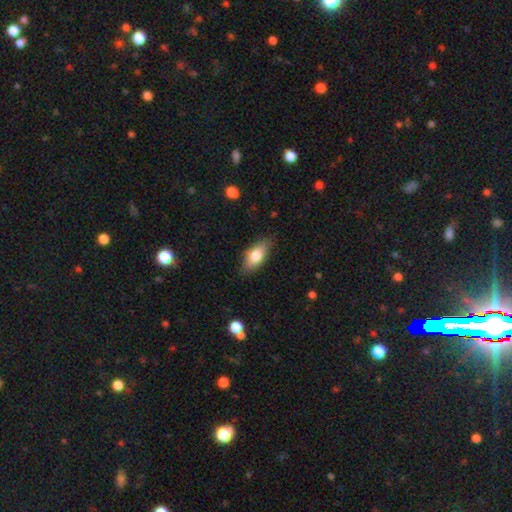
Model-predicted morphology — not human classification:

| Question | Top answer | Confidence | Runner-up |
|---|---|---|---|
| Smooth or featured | smooth | 74% | featured or disk (19%) |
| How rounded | in between | 82% | cigar-shaped (14%) |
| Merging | none | 82% | minor disturbance (14%) |